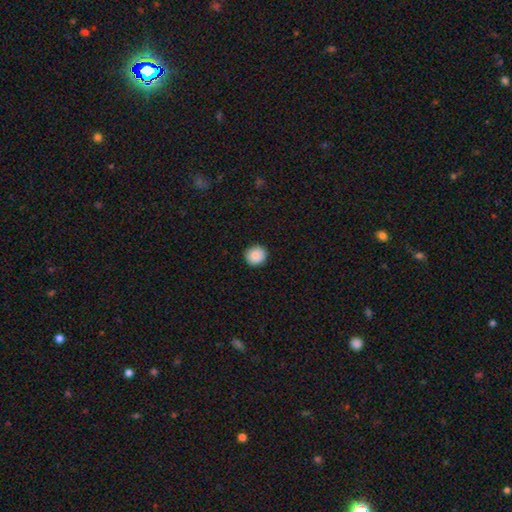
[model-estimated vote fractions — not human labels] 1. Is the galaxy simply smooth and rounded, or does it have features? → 88% smooth, 8% star or artifact, 4% featured or disk.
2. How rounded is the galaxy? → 92% round, 7% in between, 1% cigar-shaped.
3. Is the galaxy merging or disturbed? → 91% none, 6% minor disturbance, 2% major disturbance, 1% merger.